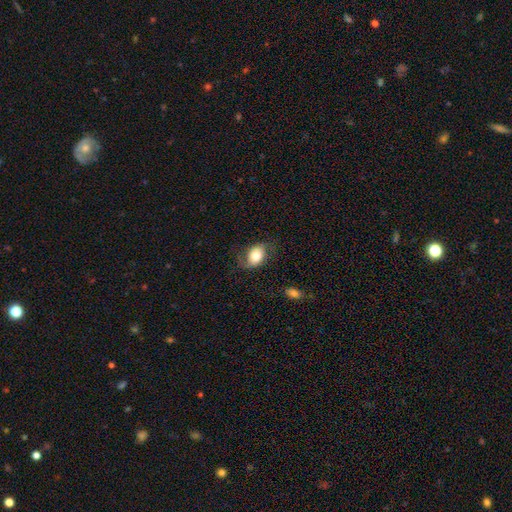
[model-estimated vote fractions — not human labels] Q: Smooth or featured?
A: smooth (65%); runner-up: featured or disk (28%)
Q: How rounded?
A: in between (80%); runner-up: round (19%)
Q: Merging?
A: none (59%); runner-up: minor disturbance (26%)